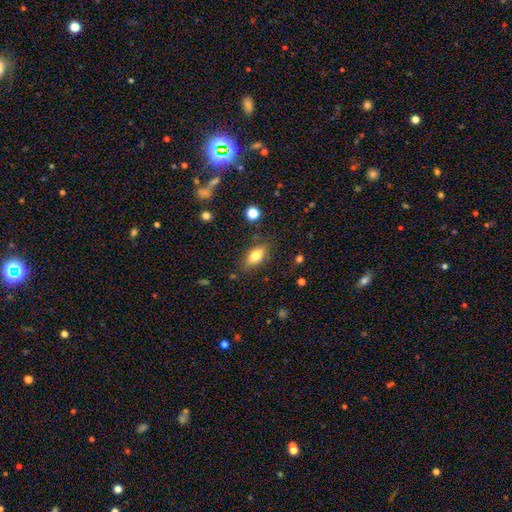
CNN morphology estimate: Smooth or featured? Predicted: smooth (p=0.79). How rounded? Predicted: in between (p=0.86). Merging? Predicted: none (p=0.77).